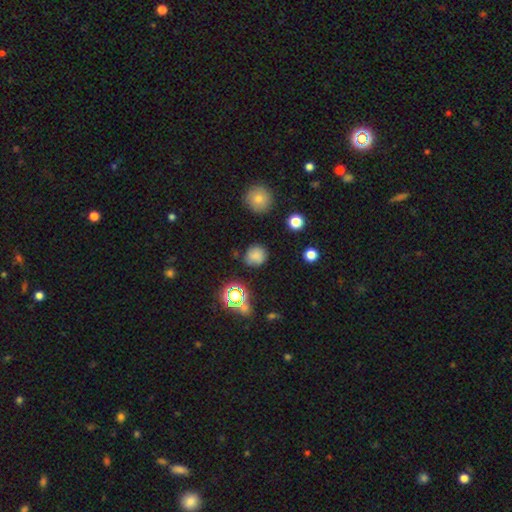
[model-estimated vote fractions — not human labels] Morphology: type=smooth (72%); roundness=round (86%); merging=none (77%).